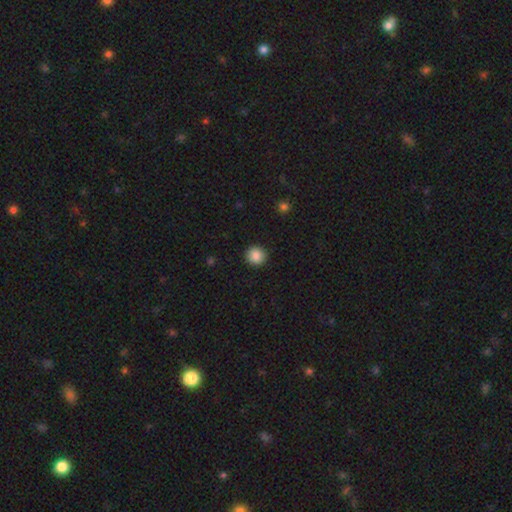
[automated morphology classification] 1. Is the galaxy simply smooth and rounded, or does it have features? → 87% smooth, 9% star or artifact, 4% featured or disk.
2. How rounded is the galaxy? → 93% round, 6% in between, 1% cigar-shaped.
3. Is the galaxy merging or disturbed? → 92% none, 5% minor disturbance, 2% major disturbance, 1% merger.